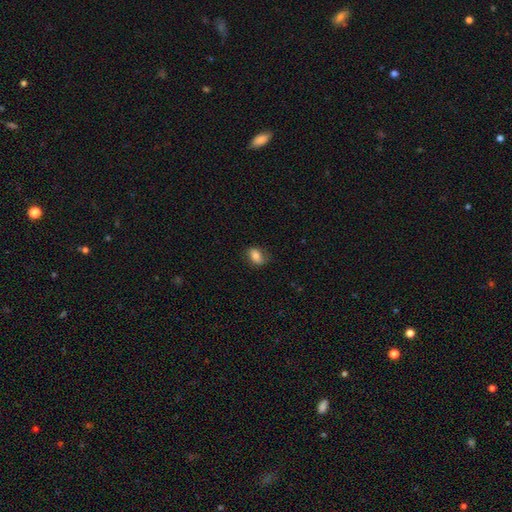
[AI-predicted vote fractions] A smooth galaxy with no disk features (79%) that is in between round and cigar-shaped (82%). Merging: none (73%).